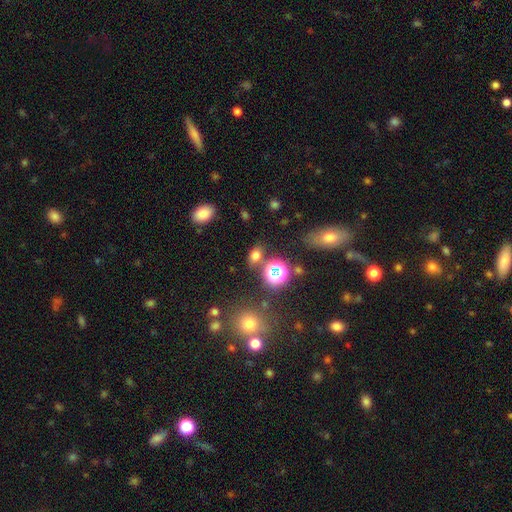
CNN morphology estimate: A smooth galaxy with no disk features (67%) that is in between round and cigar-shaped (70%). Merging: none (74%).